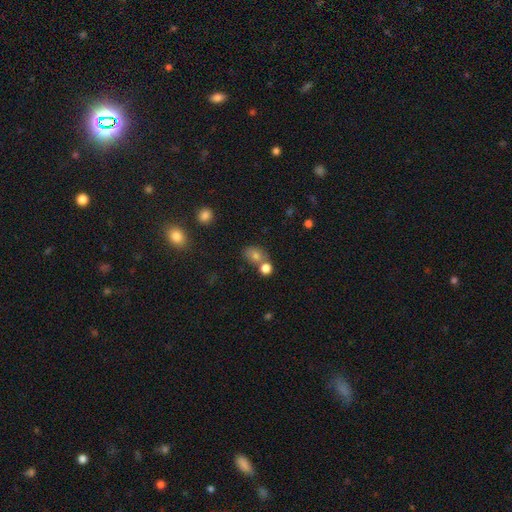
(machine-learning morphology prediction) Q: Smooth or featured?
A: smooth (72%); runner-up: star or artifact (16%)
Q: How rounded?
A: in between (53%); runner-up: round (46%)
Q: Merging?
A: none (53%); runner-up: merger (31%)